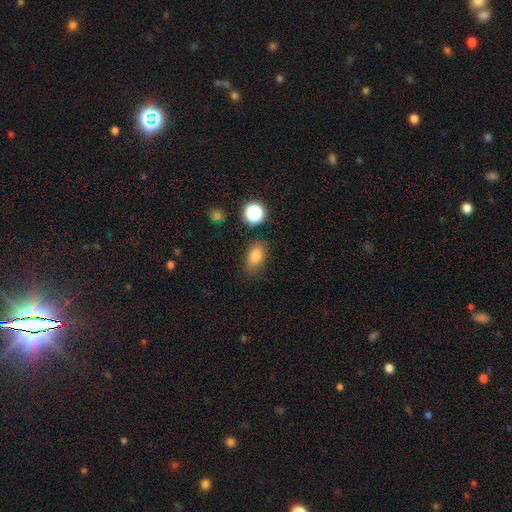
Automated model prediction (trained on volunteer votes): A smooth galaxy with no disk features (77%) that is in between round and cigar-shaped (81%).

Vote fractions:
- Smooth or featured? smooth: 77% / star or artifact: 13% / featured or disk: 10%
- How rounded? in between: 81% / round: 16% / cigar-shaped: 3%
- Merging? none: 80% / minor disturbance: 14% / major disturbance: 4% / merger: 3%